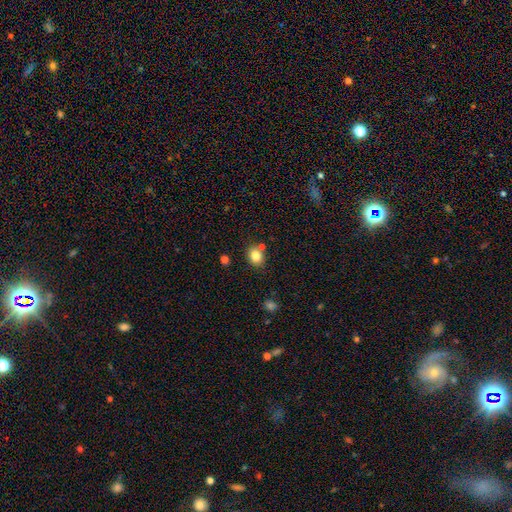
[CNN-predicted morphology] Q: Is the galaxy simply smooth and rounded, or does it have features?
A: smooth — 82%.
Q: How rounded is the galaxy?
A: round — 52%.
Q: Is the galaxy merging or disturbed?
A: none — 72%.